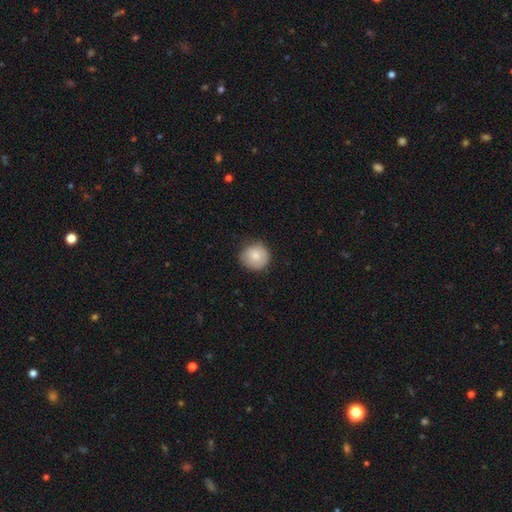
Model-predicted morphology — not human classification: smooth 81%, featured or disk 12%, star or artifact 7%. Down the decision tree: how rounded — round (90%); merging — none (80%).